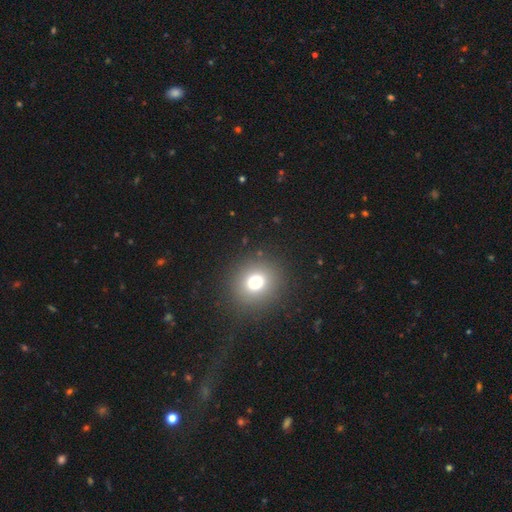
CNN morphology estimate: smooth_or_featured: smooth (p=0.59) [alt: star or artifact p=0.32]
how_rounded: round (p=0.91) [alt: in between p=0.08]
merging: none (p=0.87) [alt: minor disturbance p=0.07]